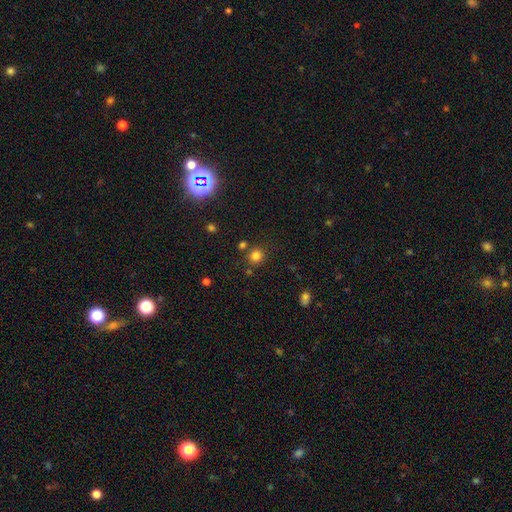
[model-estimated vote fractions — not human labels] Smooth or featured?
  - smooth: 79% *
  - star or artifact: 16%
  - featured or disk: 5%
How rounded?
  - round: 89% *
  - in between: 10%
  - cigar-shaped: 1%
Merging?
  - none: 78% *
  - merger: 10%
  - minor disturbance: 9%
  - major disturbance: 3%